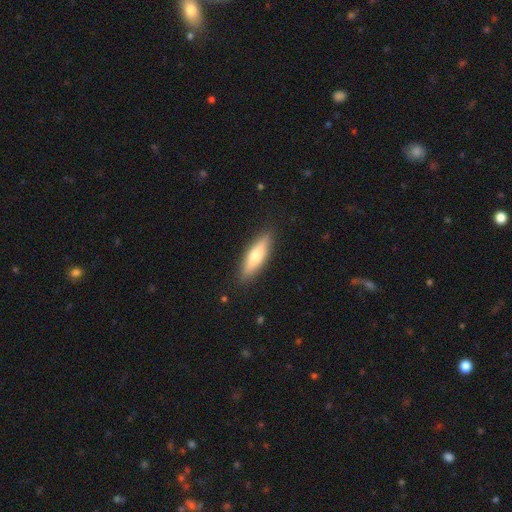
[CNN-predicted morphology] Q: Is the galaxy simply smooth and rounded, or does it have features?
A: smooth — 62%.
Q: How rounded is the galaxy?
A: cigar-shaped — 66%.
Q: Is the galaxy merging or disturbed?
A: none — 87%.